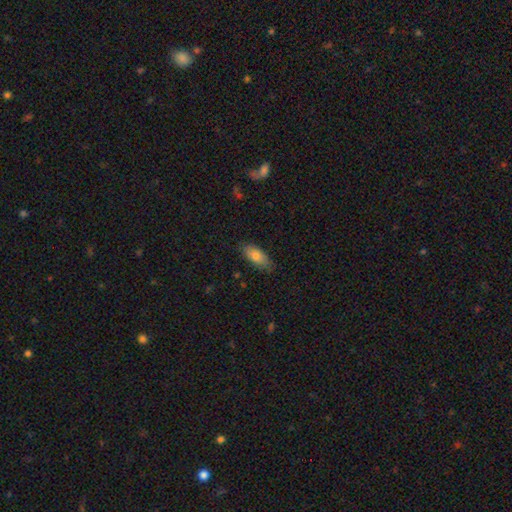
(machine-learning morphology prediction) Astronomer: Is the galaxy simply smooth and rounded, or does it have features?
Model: smooth — 79%.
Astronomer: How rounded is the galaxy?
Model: in between — 86%.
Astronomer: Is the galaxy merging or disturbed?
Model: none — 81%.